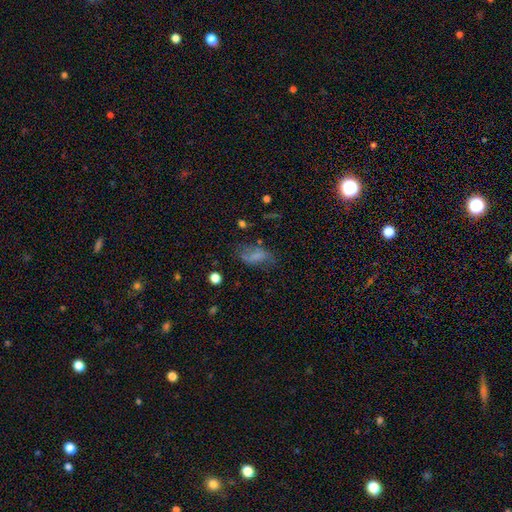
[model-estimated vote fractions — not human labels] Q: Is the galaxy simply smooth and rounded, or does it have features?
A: smooth — 58%.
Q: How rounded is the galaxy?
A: in between — 85%.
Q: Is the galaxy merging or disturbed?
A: none — 48%.